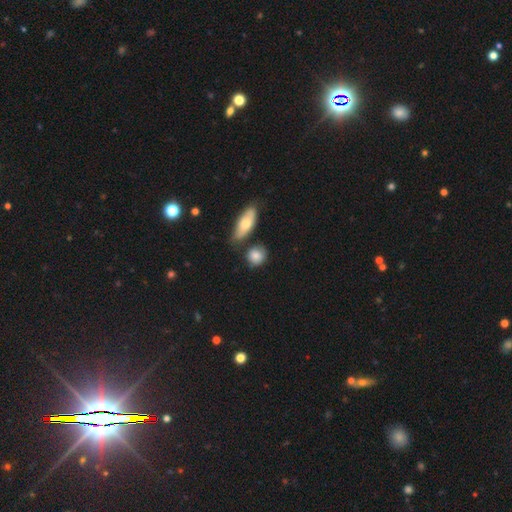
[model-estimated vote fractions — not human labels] A smooth galaxy with no disk features (82%) that is round (69%). Merging: none (68%).